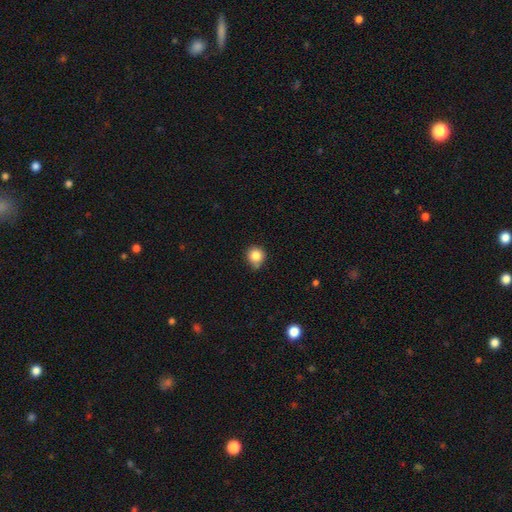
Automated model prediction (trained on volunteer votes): Smooth or featured? Predicted: smooth (p=0.84). How rounded? Predicted: round (p=0.89). Merging? Predicted: none (p=0.69).